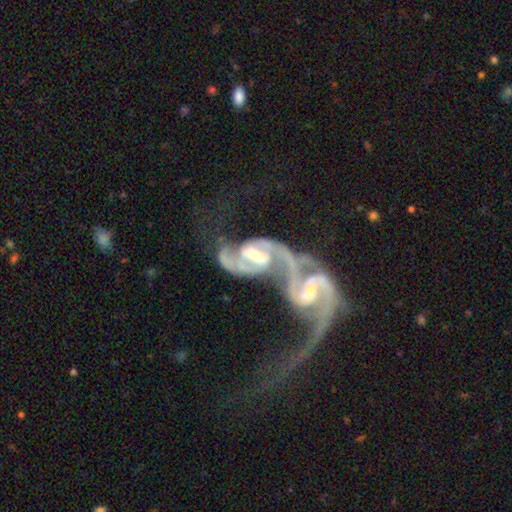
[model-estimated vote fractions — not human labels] smooth-or-featured: featured or disk: 90% | smooth: 5% | star or artifact: 5%
  disk-edge-on: no: 97% | yes: 3%
    bar: strong: 48% | weak: 41% | no: 11%
    has-spiral-arms: yes: 95% | no: 5%
      spiral-winding: medium: 49% | loose: 30% | tight: 21%
      spiral-arm-count: 2: 88% | can't tell: 5% | 1: 3% | 3: 2% | 4: 1% | more than 4: 1%
    bulge-size: moderate: 51% | small: 38% | large: 5% | none: 4% | dominant: 1%
  merging: merger: 78% | major disturbance: 9% | none: 8% | minor disturbance: 5%